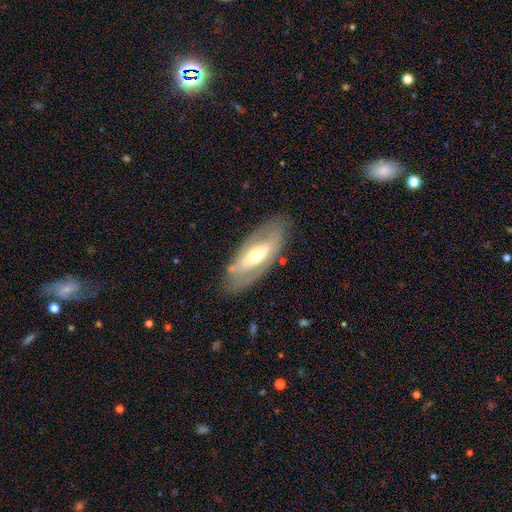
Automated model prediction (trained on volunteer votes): smooth-or-featured: featured or disk: 65% | smooth: 29% | star or artifact: 6%
  disk-edge-on: no: 82% | yes: 18%
    bar: no: 38% | strong: 35% | weak: 27%
    has-spiral-arms: no: 62% | yes: 38%
    bulge-size: moderate: 62% | small: 27% | large: 8% | dominant: 1% | none: 1%
  merging: none: 78% | minor disturbance: 14% | major disturbance: 6% | merger: 2%